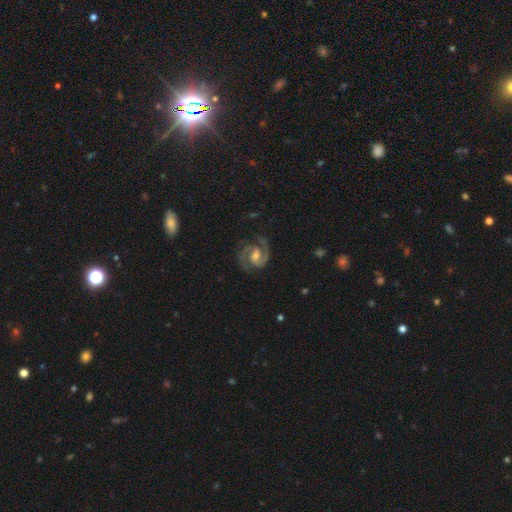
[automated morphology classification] Smooth or featured?
  - featured or disk: 91% *
  - star or artifact: 4%
  - smooth: 4%
Edge-on disk?
  - no: 98% *
  - yes: 2%
Bar?
  - weak: 51% *
  - no: 31%
  - strong: 18%
Spiral arms?
  - yes: 98% *
  - no: 2%
Spiral winding?
  - medium: 52% *
  - tight: 40%
  - loose: 8%
Spiral arm count?
  - 2: 91% *
  - 3: 3%
  - can't tell: 2%
  - 1: 1%
  - 4: 1%
  - more than 4: 1%
Bulge size?
  - moderate: 57% *
  - small: 31%
  - large: 7%
  - none: 4%
  - dominant: 1%
Merging?
  - none: 78% *
  - minor disturbance: 15%
  - major disturbance: 6%
  - merger: 1%